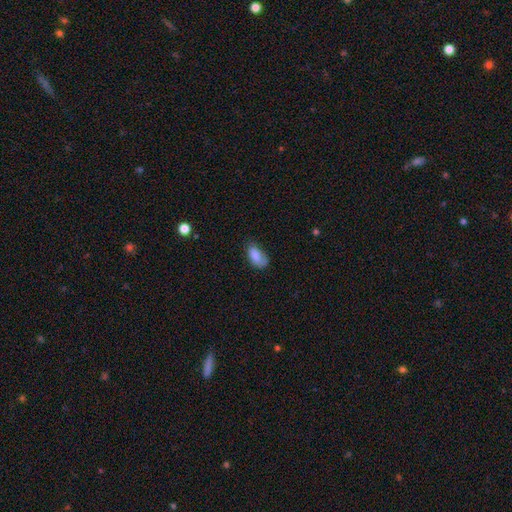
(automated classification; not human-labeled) Overall: smooth (84%). How rounded: in between (92%). Merging: none (56%; minor disturbance 31%).